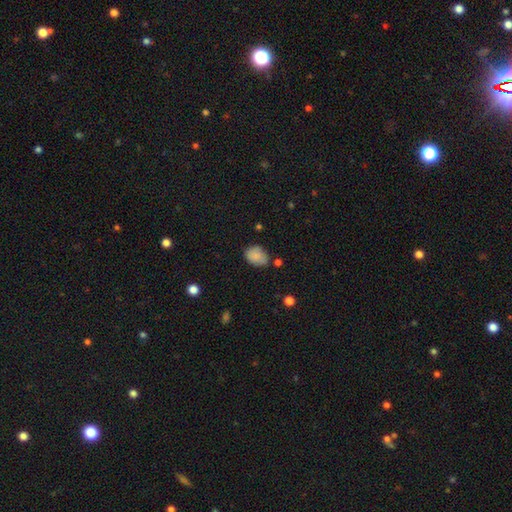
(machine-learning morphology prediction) type=smooth (81%); roundness=in between (69%); merging=none (68%).